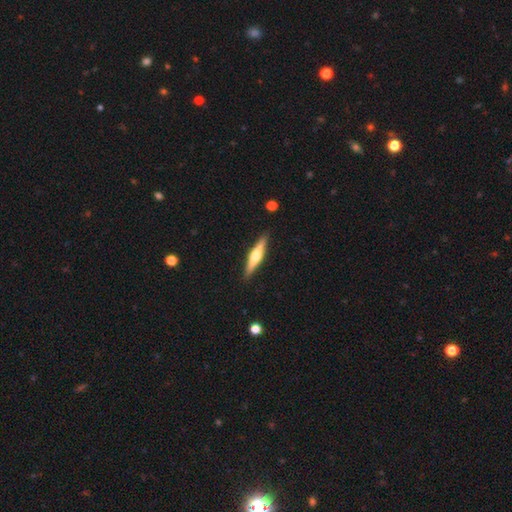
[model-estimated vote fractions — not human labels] smooth_or_featured: featured or disk (p=0.63) [alt: smooth p=0.32]
disk_edge_on: yes (p=0.97) [alt: no p=0.03]
edge_on_bulge: rounded (p=0.93) [alt: boxy p=0.04]
merging: none (p=0.91) [alt: minor disturbance p=0.07]